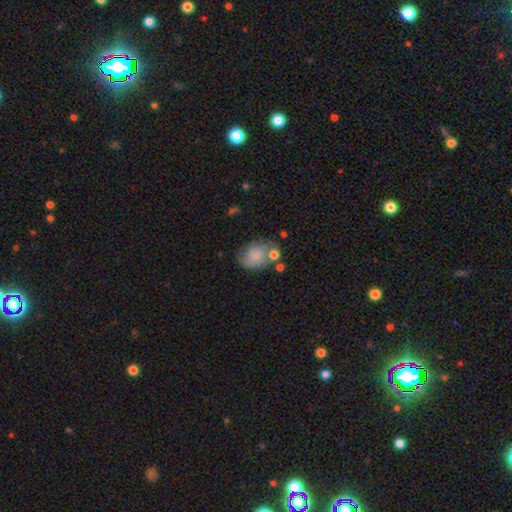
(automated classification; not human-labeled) Smooth or featured? smooth (70%)
How rounded? in between (55%)
Merging? none (45%)